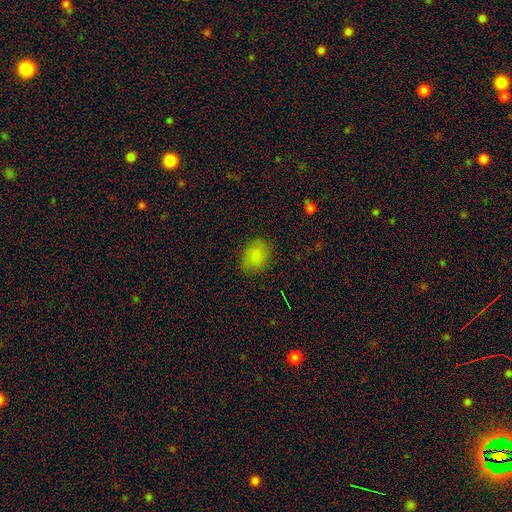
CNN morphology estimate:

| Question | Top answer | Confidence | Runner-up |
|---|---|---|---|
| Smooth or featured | smooth | 83% | star or artifact (11%) |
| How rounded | in between | 68% | round (30%) |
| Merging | none | 79% | minor disturbance (16%) |